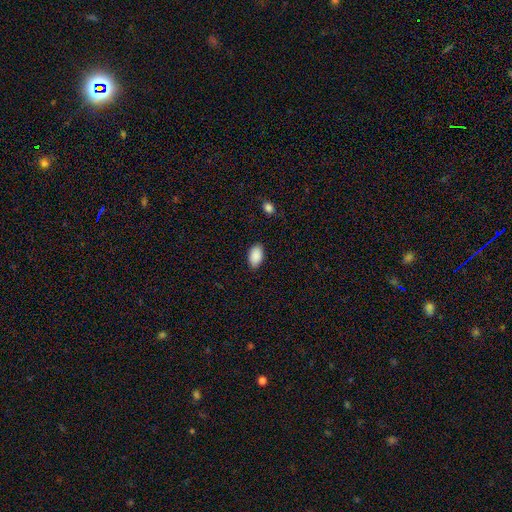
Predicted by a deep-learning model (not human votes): smooth 90%, star or artifact 7%, featured or disk 3%. Down the decision tree: how rounded — in between (94%); merging — none (87%).